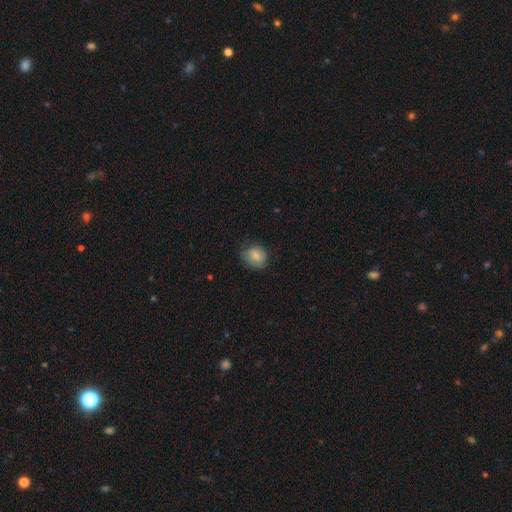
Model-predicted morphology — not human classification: Smooth or featured?
  - smooth: 79% *
  - featured or disk: 13%
  - star or artifact: 8%
How rounded?
  - round: 71% *
  - in between: 28%
  - cigar-shaped: 1%
Merging?
  - none: 68% *
  - minor disturbance: 25%
  - major disturbance: 6%
  - merger: 1%